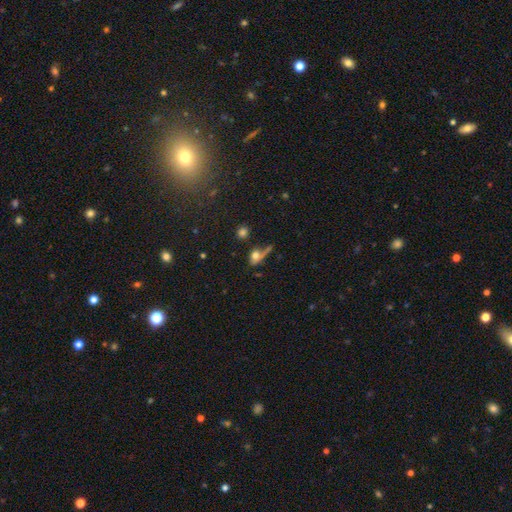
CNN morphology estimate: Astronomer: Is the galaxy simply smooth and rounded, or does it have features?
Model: smooth — 57%.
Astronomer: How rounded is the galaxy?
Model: in between — 51% (runner-up: round, 32%).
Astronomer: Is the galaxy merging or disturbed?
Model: none — 39% (runner-up: major disturbance, 23%).